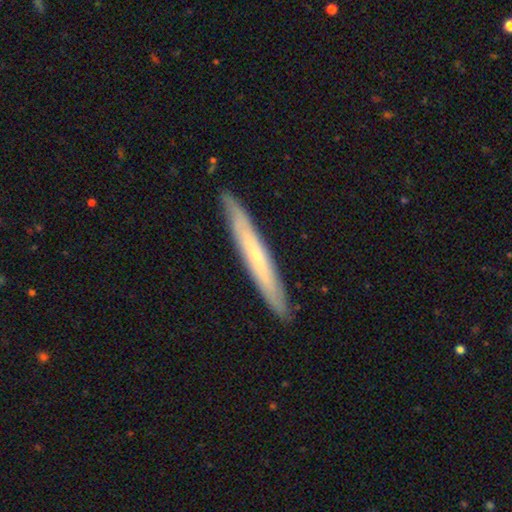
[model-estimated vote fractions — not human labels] smooth-or-featured: featured or disk: 50% | smooth: 44% | star or artifact: 6%
  disk-edge-on: yes: 88% | no: 12%
  merging: none: 88% | minor disturbance: 9% | major disturbance: 2% | merger: 1%